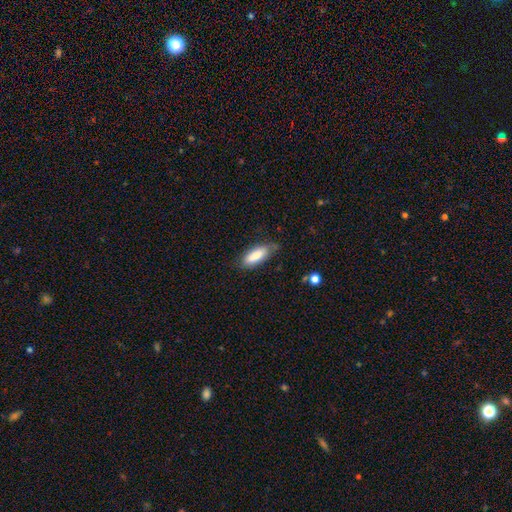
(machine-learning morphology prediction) smooth-or-featured: smooth: 81% | featured or disk: 13% | star or artifact: 6%
  how-rounded: in between: 73% | cigar-shaped: 25% | round: 2%
  merging: none: 71% | minor disturbance: 23% | major disturbance: 5% | merger: 2%